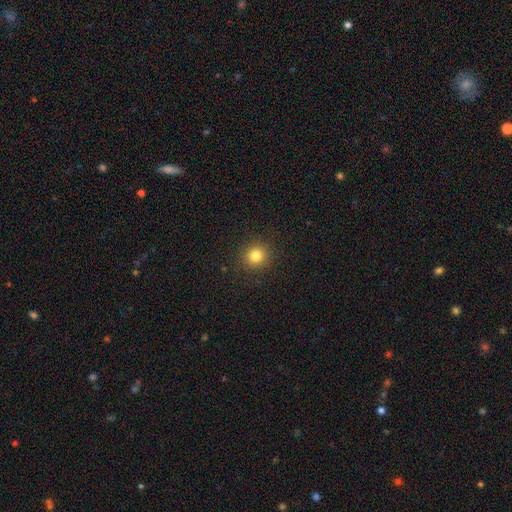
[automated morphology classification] Smooth or featured? smooth (82%)
How rounded? round (92%)
Merging? none (91%)